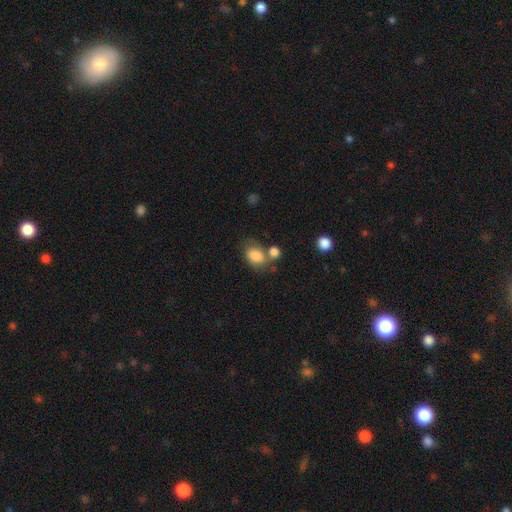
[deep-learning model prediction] Smooth or featured? Predicted: smooth (p=0.82). How rounded? Predicted: in between (p=0.72). Merging? Predicted: none (p=0.45).